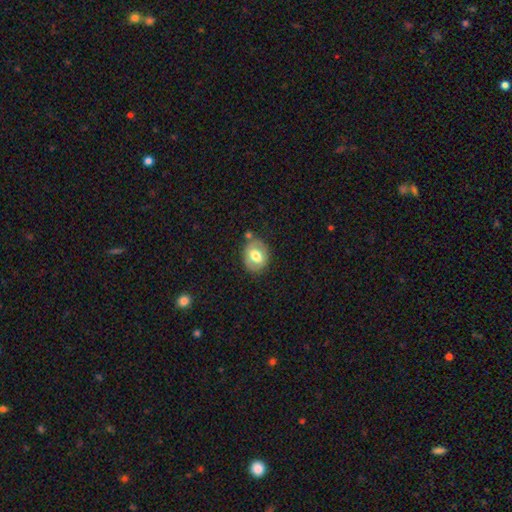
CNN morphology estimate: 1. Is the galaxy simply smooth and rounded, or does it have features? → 62% smooth, 30% featured or disk, 7% star or artifact.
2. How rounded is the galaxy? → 64% in between, 35% round, 1% cigar-shaped.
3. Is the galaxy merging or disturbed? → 72% none, 17% minor disturbance, 6% merger, 5% major disturbance.